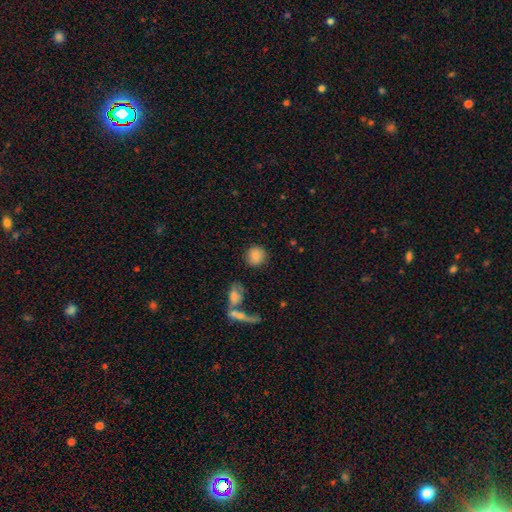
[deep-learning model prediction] The model was most divided on "how rounded": round: 85%, in between: 13%, cigar-shaped: 1%. More confident: merging — none (84%); smooth or featured — smooth (84%).